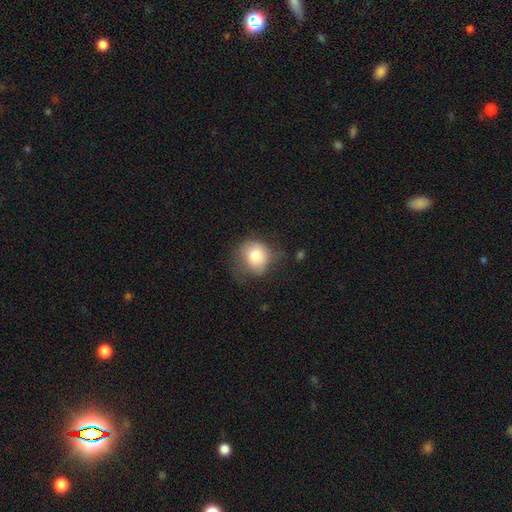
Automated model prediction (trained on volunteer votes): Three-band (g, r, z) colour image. It shows a smooth galaxy with no disk features (78%) that is round (76%). Merging: none (48%).